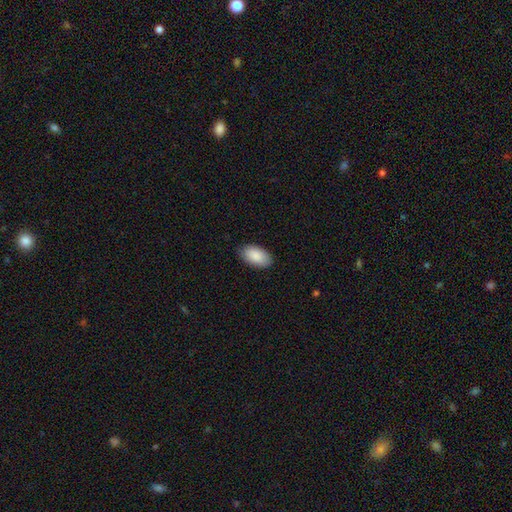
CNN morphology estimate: Smooth or featured?
  - smooth: 90% *
  - star or artifact: 6%
  - featured or disk: 5%
How rounded?
  - in between: 96% *
  - round: 3%
  - cigar-shaped: 1%
Merging?
  - none: 86% *
  - minor disturbance: 11%
  - major disturbance: 2%
  - merger: 1%